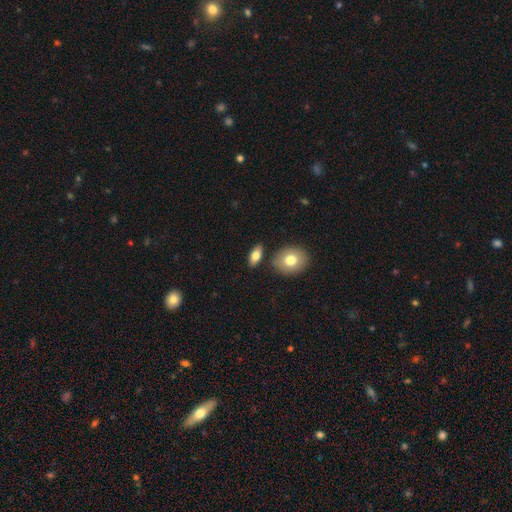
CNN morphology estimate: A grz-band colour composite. It shows a smooth galaxy with no disk features (76%) that is in between round and cigar-shaped (83%). Merging: none (80%).